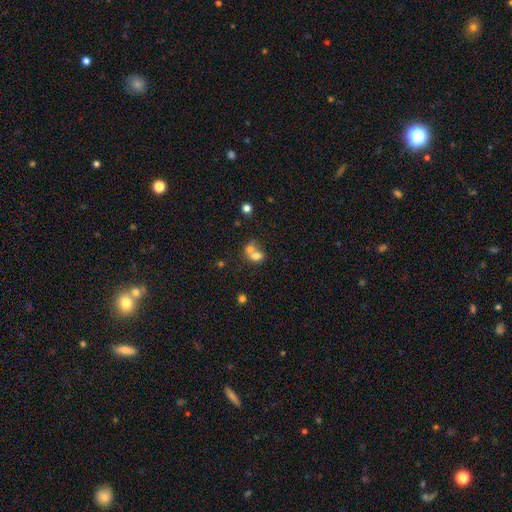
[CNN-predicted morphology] This appears to be a smooth galaxy with no disk features (70%) that is in between round and cigar-shaped (55%). Merging: merger (68%).